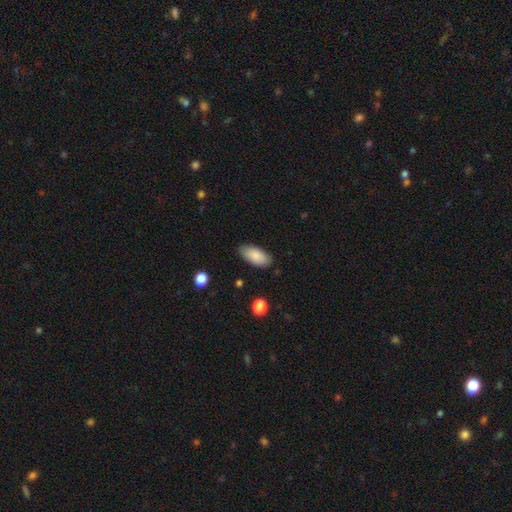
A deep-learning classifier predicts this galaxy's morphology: This is clearly a smooth galaxy (86%). How rounded: clearly in between (91%). Merging: clearly none (83%).